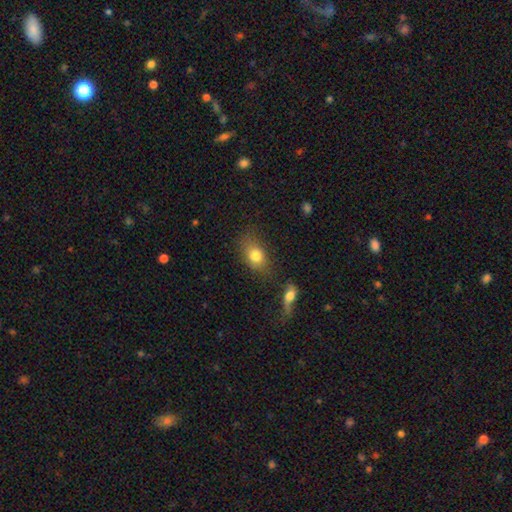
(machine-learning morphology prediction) The model was most divided on "how rounded": in between: 72%, round: 26%, cigar-shaped: 2%. More confident: smooth or featured — smooth (79%); merging — none (66%).